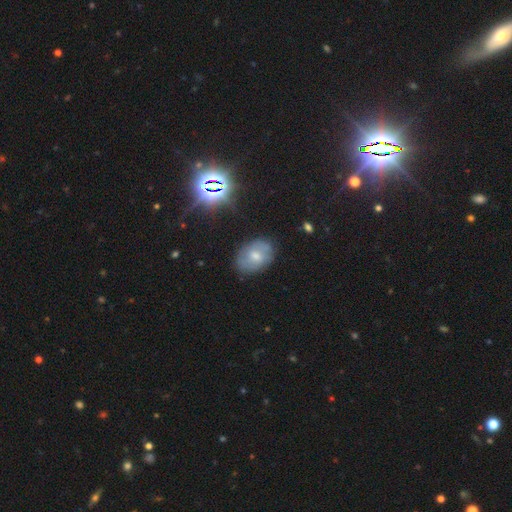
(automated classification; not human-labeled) A smooth galaxy with no disk features (53%) that is in between round and cigar-shaped (81%). Merging: none (77%).